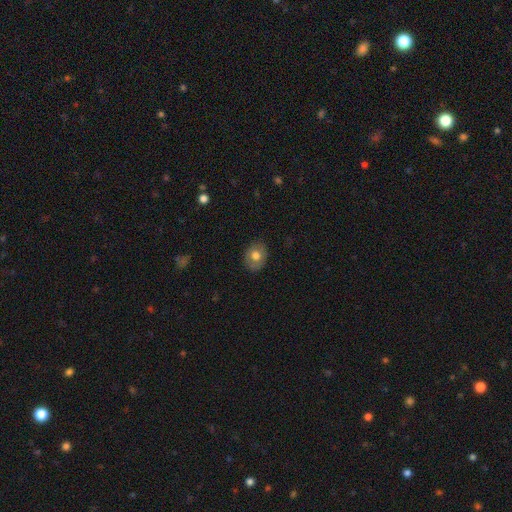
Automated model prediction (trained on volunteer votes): Smooth or featured? Predicted: smooth (p=0.70). How rounded? Predicted: round (p=0.55). Merging? Predicted: none (p=0.83).